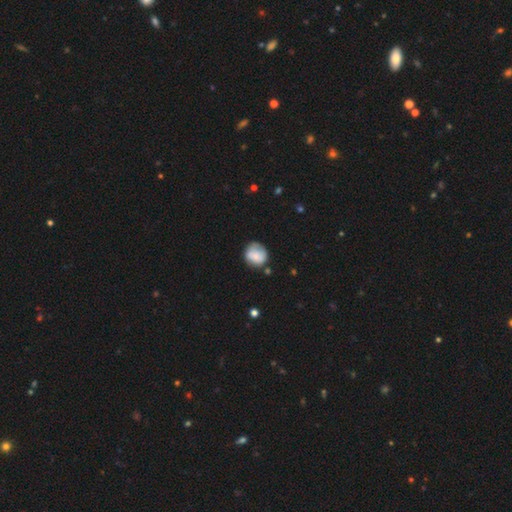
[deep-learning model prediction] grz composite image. It shows a smooth galaxy with no disk features (73%) that is round (81%). Merging: none (62%).